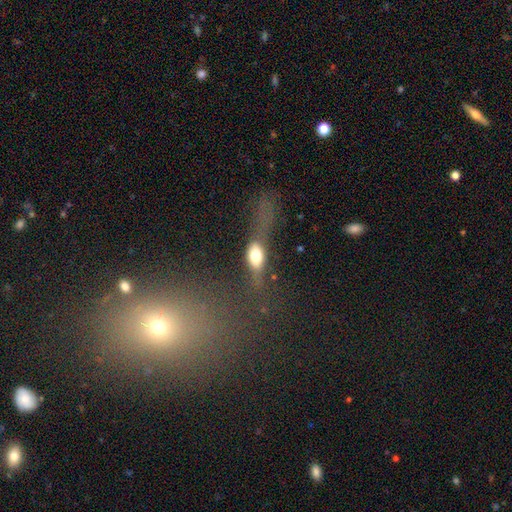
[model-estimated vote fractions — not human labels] A smooth galaxy with no disk features (59%) that is in between round and cigar-shaped (71%).

Vote fractions:
- Smooth or featured? smooth: 59% / featured or disk: 31% / star or artifact: 10%
- How rounded? in between: 71% / cigar-shaped: 18% / round: 11%
- Merging? none: 36% (tied) / major disturbance: 36% (tied) / minor disturbance: 21% / merger: 7%